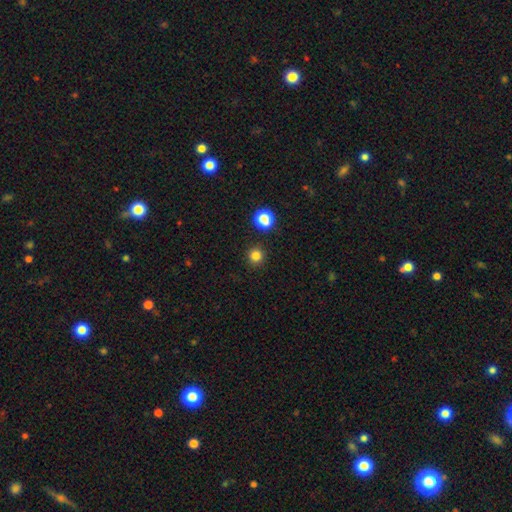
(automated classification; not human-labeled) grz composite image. It shows a smooth galaxy with no disk features (81%) that is round (95%). Merging: none (91%).